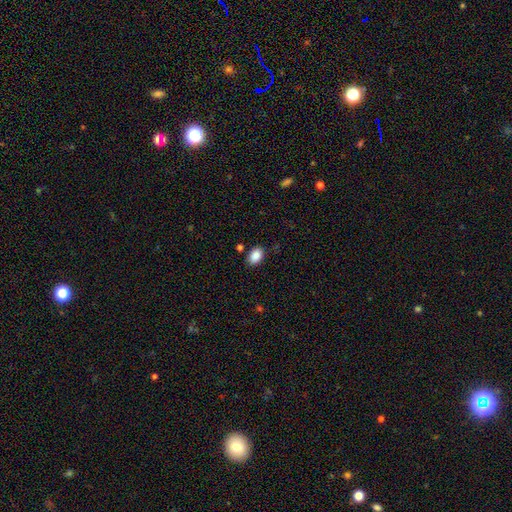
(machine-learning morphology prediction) smooth-or-featured: smooth: 88% | star or artifact: 8% | featured or disk: 4%
  how-rounded: in between: 85% | round: 14% | cigar-shaped: 1%
  merging: none: 83% | minor disturbance: 11% | merger: 3% | major disturbance: 3%